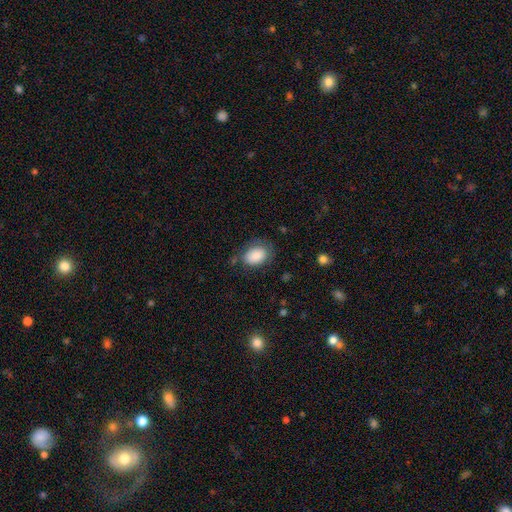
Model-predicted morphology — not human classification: The model was most divided on "merging": none: 67%, minor disturbance: 22%, major disturbance: 8%, merger: 3%. More confident: smooth or featured — smooth (87%); how rounded — in between (81%).